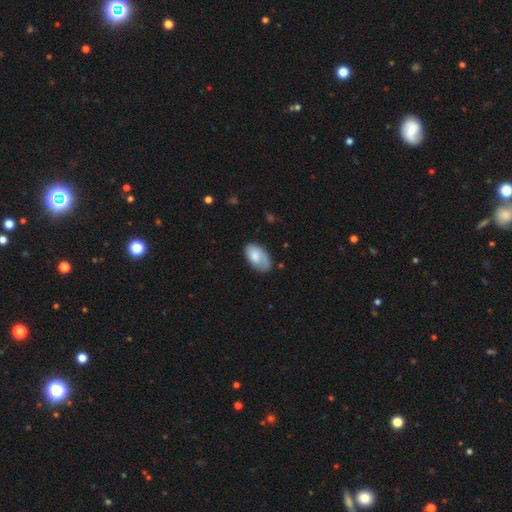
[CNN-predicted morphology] smooth 70%, featured or disk 24%, star or artifact 6%. Down the decision tree: how rounded — in between (95%); merging — none (61%).